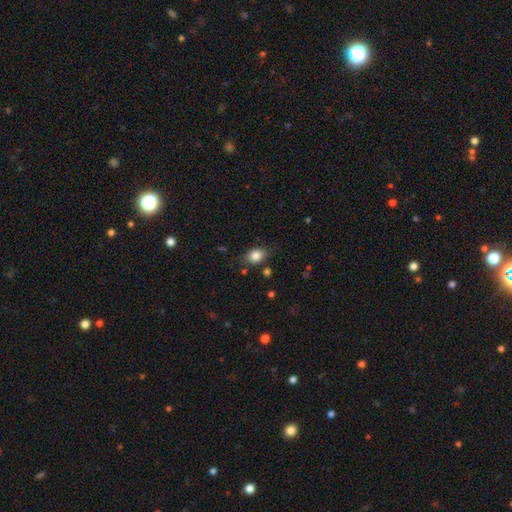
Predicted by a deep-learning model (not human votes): A smooth galaxy with no disk features (83%) that is in between round and cigar-shaped (72%).

Vote fractions:
- Smooth or featured? smooth: 83% / star or artifact: 9% / featured or disk: 8%
- How rounded? in between: 72% / round: 27% / cigar-shaped: 1%
- Merging? none: 78% / minor disturbance: 15% / major disturbance: 4% / merger: 3%